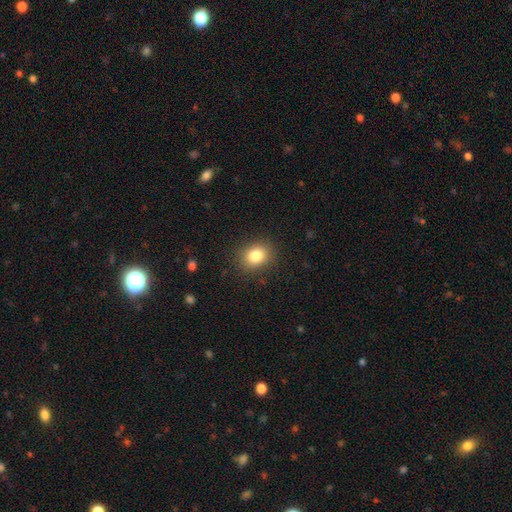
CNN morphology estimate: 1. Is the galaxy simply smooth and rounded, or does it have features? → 83% smooth, 11% star or artifact, 7% featured or disk.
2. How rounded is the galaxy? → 53% round, 46% in between, 1% cigar-shaped.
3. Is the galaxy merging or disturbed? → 88% none, 9% minor disturbance, 3% major disturbance, 1% merger.